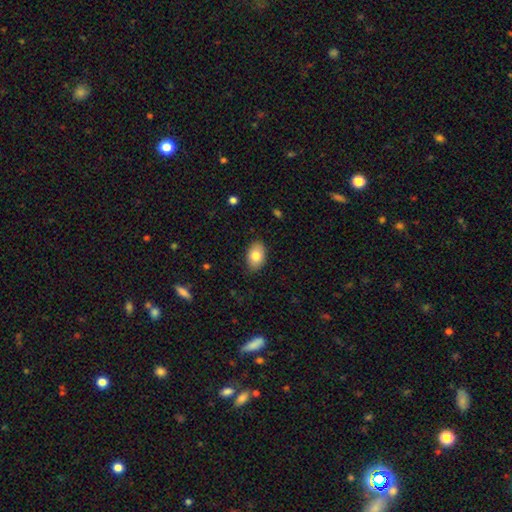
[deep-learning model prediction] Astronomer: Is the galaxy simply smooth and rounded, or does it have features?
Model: smooth — 81%.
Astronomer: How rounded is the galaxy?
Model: in between — 86%.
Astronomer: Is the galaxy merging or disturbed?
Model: none — 85%.